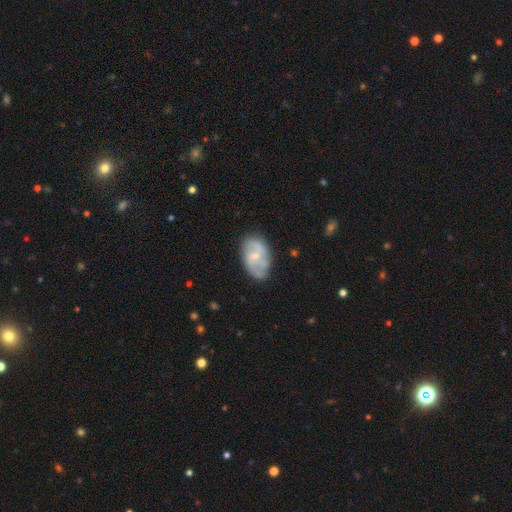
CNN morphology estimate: Smooth or featured? Predicted: featured or disk (p=0.63). Edge-on disk? Predicted: no (p=0.97). Bar? Predicted: no (p=0.50). Spiral arms? Predicted: yes (p=0.81). Bulge size? Predicted: small (p=0.63). Merging? Predicted: none (p=0.70).